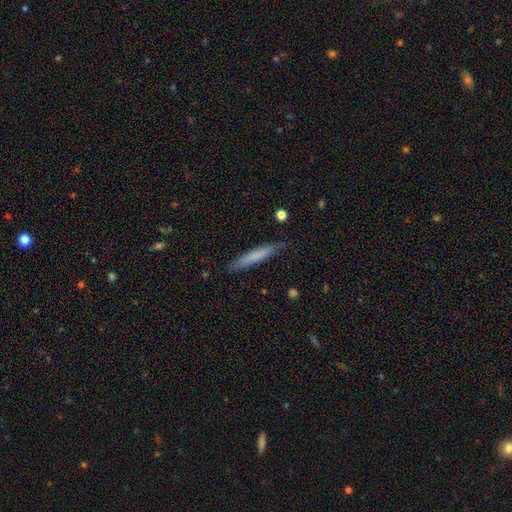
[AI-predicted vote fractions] Smooth or featured?
  - smooth: 72% *
  - featured or disk: 22%
  - star or artifact: 6%
How rounded?
  - cigar-shaped: 94% *
  - in between: 5%
  - round: 1%
Merging?
  - none: 85% *
  - minor disturbance: 12%
  - major disturbance: 2%
  - merger: 1%